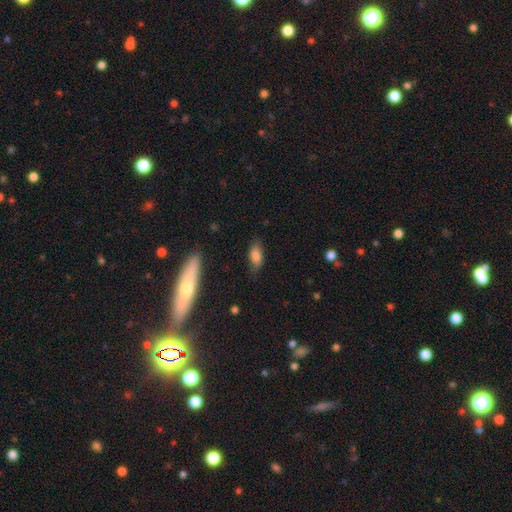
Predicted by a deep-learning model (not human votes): Smooth or featured?
  - smooth: 81% *
  - featured or disk: 11%
  - star or artifact: 8%
How rounded?
  - in between: 84% *
  - cigar-shaped: 12%
  - round: 4%
Merging?
  - none: 74% *
  - minor disturbance: 19%
  - major disturbance: 5%
  - merger: 2%